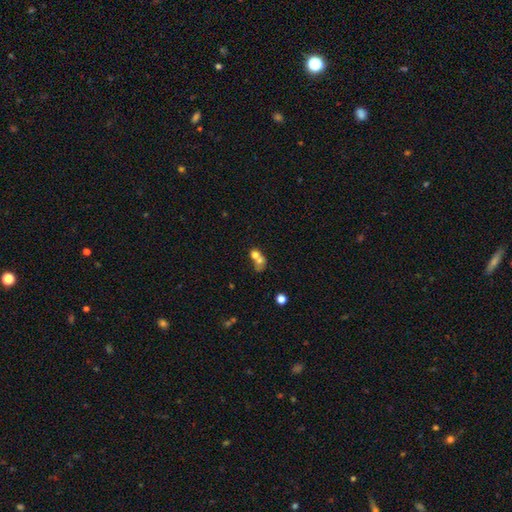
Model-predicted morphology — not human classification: A smooth galaxy with no disk features (63%) that is round (56%).

Vote fractions:
- Smooth or featured? smooth: 63% / featured or disk: 24% / star or artifact: 13%
- How rounded? round: 56% / in between: 42% / cigar-shaped: 2%
- Merging? merger: 69% / none: 18% / major disturbance: 7% / minor disturbance: 6%